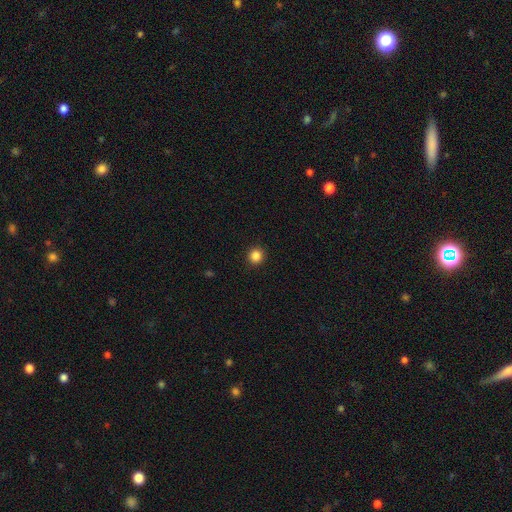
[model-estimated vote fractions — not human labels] smooth 86%, star or artifact 11%, featured or disk 3%. Down the decision tree: how rounded — round (92%); merging — none (92%).